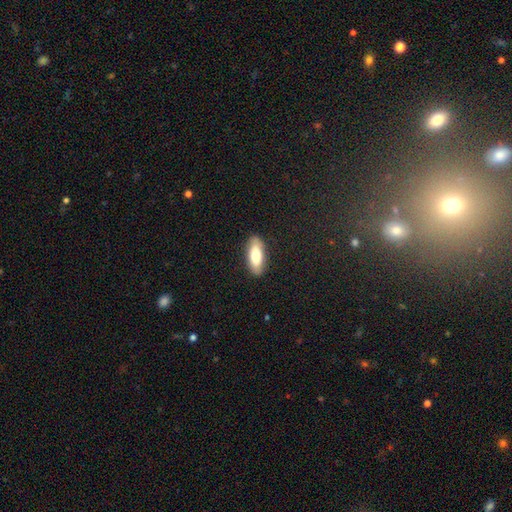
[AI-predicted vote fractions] smooth 74%, featured or disk 20%, star or artifact 6%. Down the decision tree: how rounded — in between (76%); merging — none (87%).